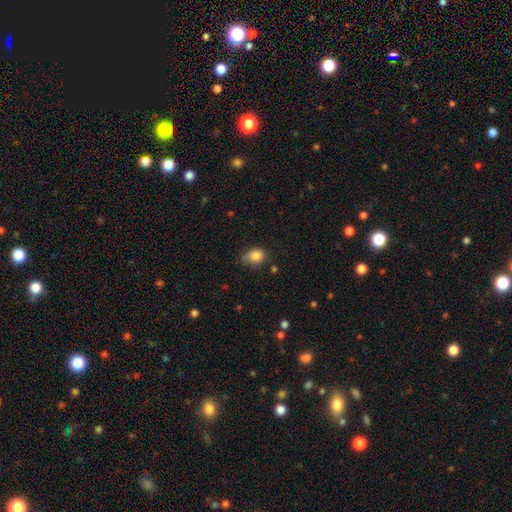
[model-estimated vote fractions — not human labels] Smooth or featured: smooth — 84% (star or artifact — 9%)
How rounded: in between — 70% (round — 29%)
Merging: none — 58% (minor disturbance — 33%)